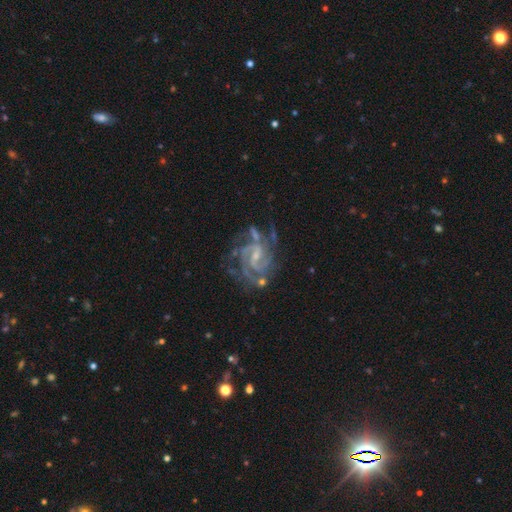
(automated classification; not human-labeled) Morphology: type=featured or disk (91%); edge-on=no (98%); bar=weak (52%); spiral arms=yes (98%); winding=tight (50%); arm count=2 (36%); bulge=small (66%); merging=none (59%).